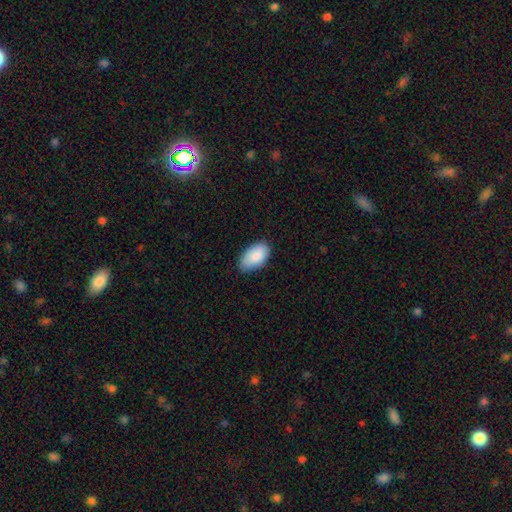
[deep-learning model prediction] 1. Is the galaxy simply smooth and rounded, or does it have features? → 89% smooth, 6% star or artifact, 5% featured or disk.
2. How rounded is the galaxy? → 95% in between, 3% round, 2% cigar-shaped.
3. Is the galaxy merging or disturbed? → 78% none, 19% minor disturbance, 2% major disturbance, 1% merger.